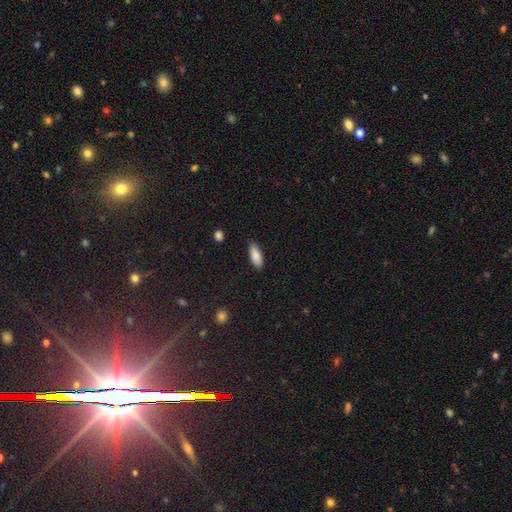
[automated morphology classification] type=smooth (87%); roundness=in between (72%); merging=none (84%).